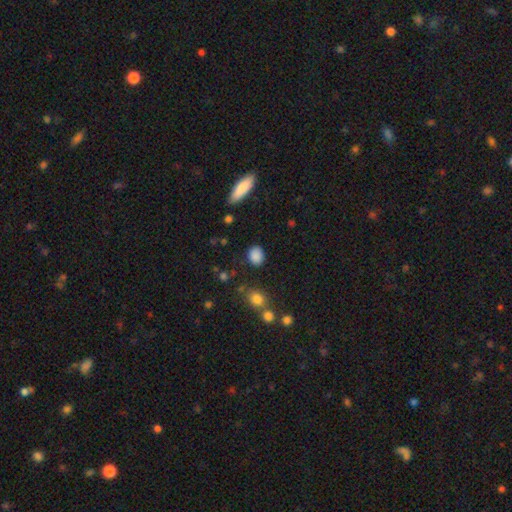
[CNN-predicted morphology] smooth 86%, star or artifact 9%, featured or disk 5%. Down the decision tree: how rounded — round (52%); merging — none (83%).